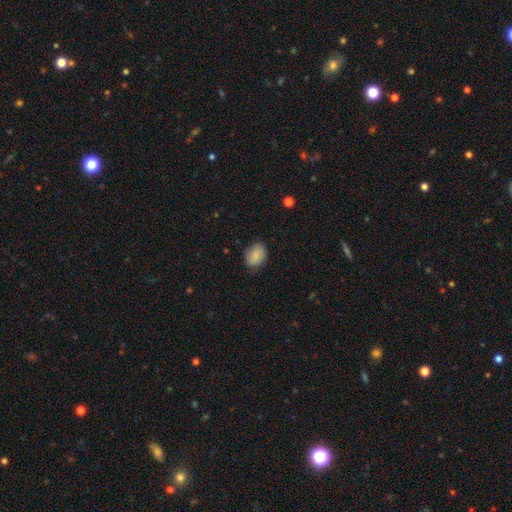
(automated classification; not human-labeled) smooth 87%, star or artifact 8%, featured or disk 6%. Down the decision tree: how rounded — in between (68%); merging — none (81%).